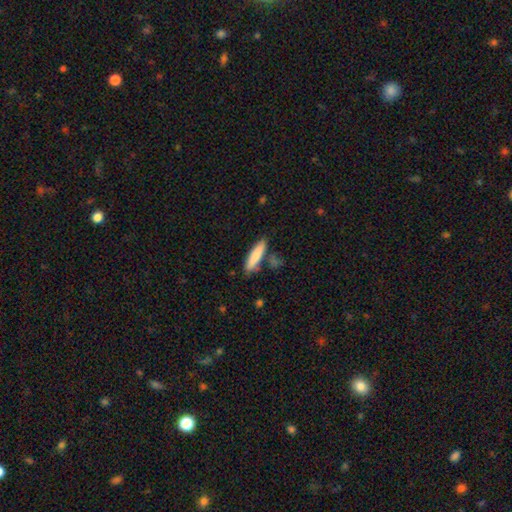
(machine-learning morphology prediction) Smooth or featured? Predicted: smooth (p=0.82). How rounded? Predicted: cigar-shaped (p=0.78). Merging? Predicted: none (p=0.76).